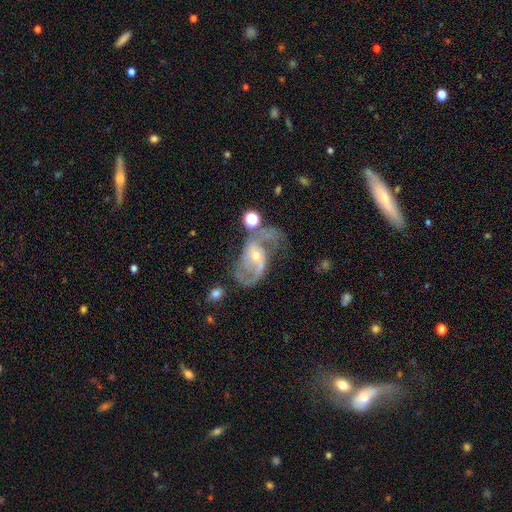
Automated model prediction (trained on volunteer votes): Smooth or featured: featured or disk — 82% (smooth — 9%)
Edge-on disk: no — 96% (yes — 4%)
Bar: no — 58% (weak — 31%)
Spiral arms: yes — 91% (no — 9%)
Spiral winding: medium — 45% (tight — 28%)
Spiral arm count: 2 — 66% (can't tell — 14%)
Bulge size: small — 58% (moderate — 38%)
Merging: none — 43% (major disturbance — 24%)